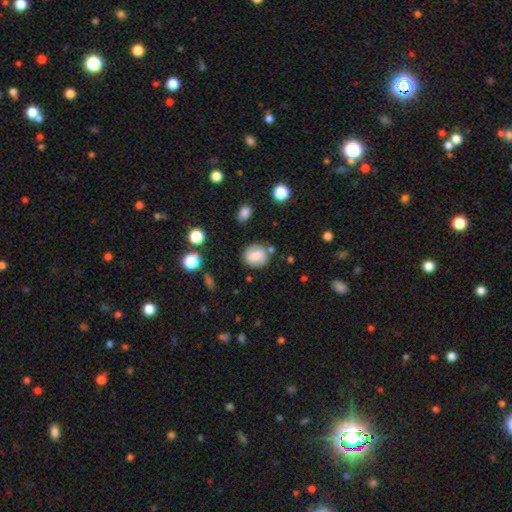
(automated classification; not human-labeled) Smooth or featured: smooth — 66% (featured or disk — 24%)
How rounded: round — 73% (in between — 26%)
Merging: none — 74% (minor disturbance — 16%)